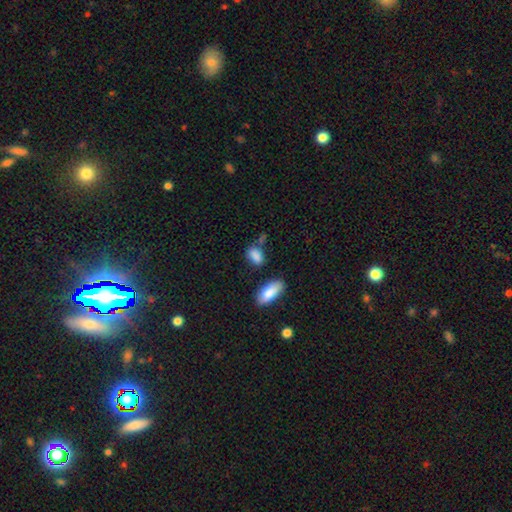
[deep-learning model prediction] A smooth galaxy with no disk features (87%) that is in between round and cigar-shaped (85%). Merging: none (60%).